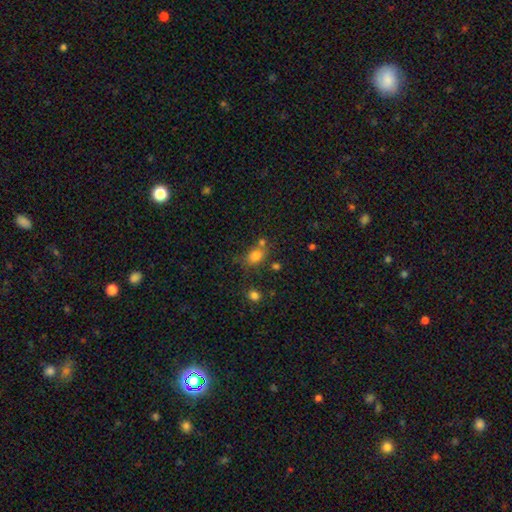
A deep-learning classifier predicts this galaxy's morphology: smooth_or_featured: smooth (p=0.78) [alt: star or artifact p=0.13]
how_rounded: in between (p=0.64) [alt: round p=0.34]
merging: none (p=0.58) [alt: merger p=0.20]